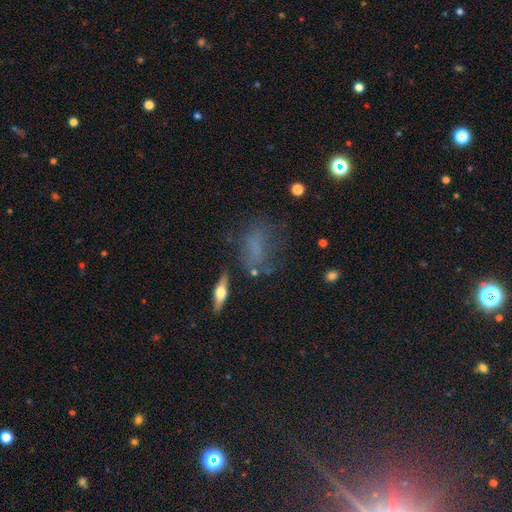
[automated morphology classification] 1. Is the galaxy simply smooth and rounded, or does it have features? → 51% smooth, 28% featured or disk, 21% star or artifact.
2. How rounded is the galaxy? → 66% in between, 22% round, 11% cigar-shaped.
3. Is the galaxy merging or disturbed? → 52% none, 24% minor disturbance, 19% major disturbance, 5% merger.